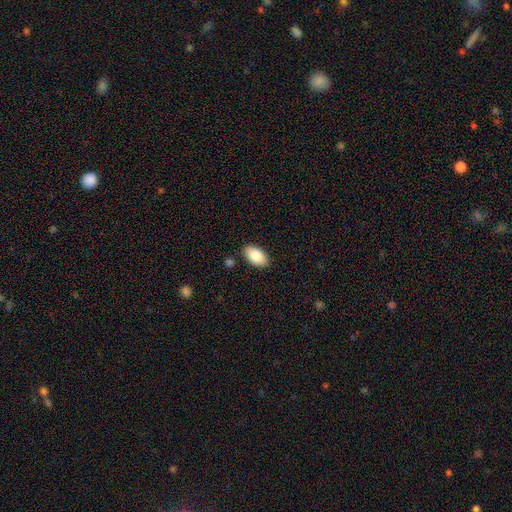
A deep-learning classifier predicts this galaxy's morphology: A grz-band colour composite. It shows a smooth galaxy with no disk features (85%) that is in between round and cigar-shaped (95%). Merging: none (86%).